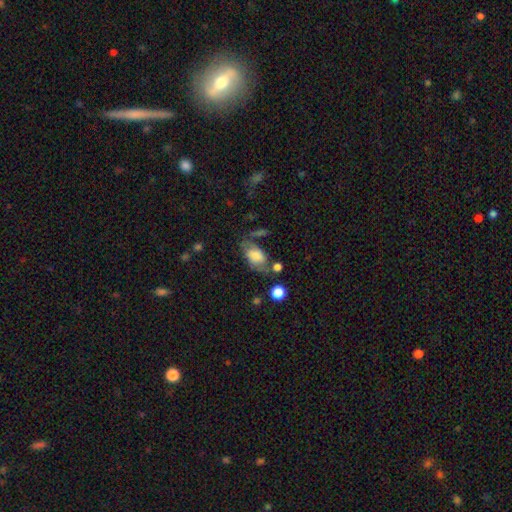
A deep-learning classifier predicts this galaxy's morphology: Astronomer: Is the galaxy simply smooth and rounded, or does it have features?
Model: smooth — 64%.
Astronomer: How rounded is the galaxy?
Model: in between — 89%.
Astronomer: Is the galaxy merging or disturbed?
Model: none — 41% (runner-up: minor disturbance, 28%).